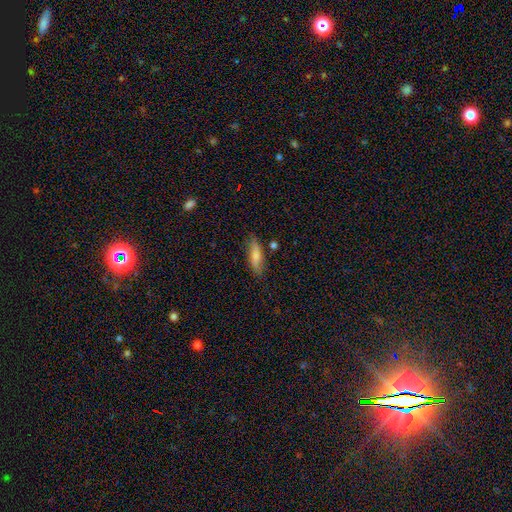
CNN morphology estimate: smooth_or_featured: smooth (p=0.71) [alt: featured or disk p=0.22]
how_rounded: cigar-shaped (p=0.55) [alt: in between p=0.42]
merging: none (p=0.77) [alt: minor disturbance p=0.16]